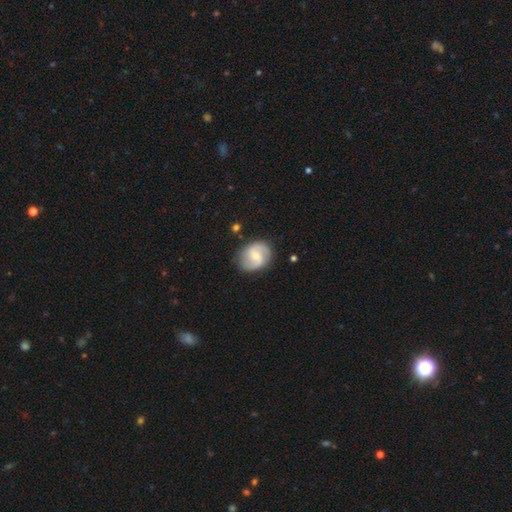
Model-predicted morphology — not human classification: A featured or disk galaxy (74%) with a weak bar (53%), 2 (89%) medium (48%) spiral arms (94%) and a small central bulge (59%). Merging: none (81%).